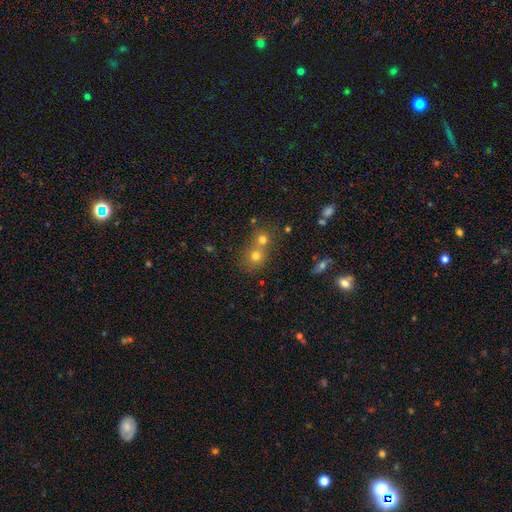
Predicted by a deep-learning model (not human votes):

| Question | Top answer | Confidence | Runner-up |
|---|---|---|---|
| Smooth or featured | smooth | 59% | star or artifact (29%) |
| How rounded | round | 83% | in between (16%) |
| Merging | none | 50% | merger (41%) |